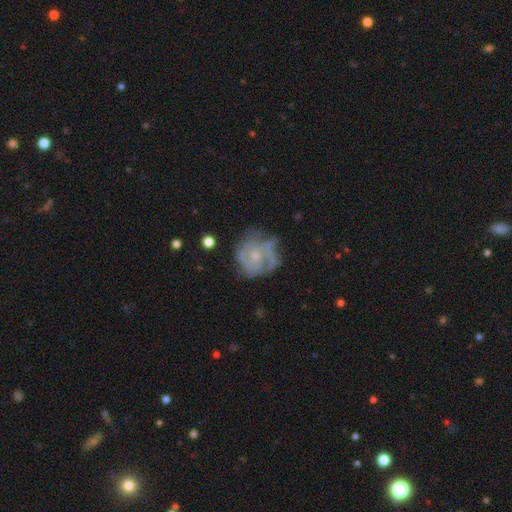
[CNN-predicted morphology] A featured or disk galaxy (74%) with no bar (76%), tight (49%) spiral arms (80%) and a small central bulge (54%).

Vote fractions:
- Smooth or featured? featured or disk: 74% / smooth: 19% / star or artifact: 8%
- Edge-on disk? no: 98% / yes: 2%
- Bar? no: 76% / weak: 21% / strong: 3%
- Spiral arms? yes: 80% / no: 20%
- Spiral winding? tight: 49% / medium: 38% / loose: 13%
- Spiral arm count? can't tell: 33% / 2: 26% / 3: 24% / 4: 6% / 1: 6% / more than 4: 4%
- Bulge size? small: 54% / moderate: 36% / none: 7% / large: 2% / dominant: 1%
- Merging? none: 56% / minor disturbance: 24% / major disturbance: 17% / merger: 3%